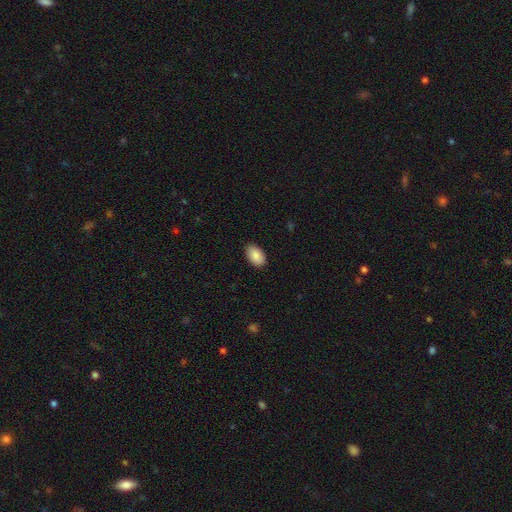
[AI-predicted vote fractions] Smooth or featured: smooth — 89% (star or artifact — 7%)
How rounded: in between — 93% (round — 6%)
Merging: none — 87% (minor disturbance — 10%)